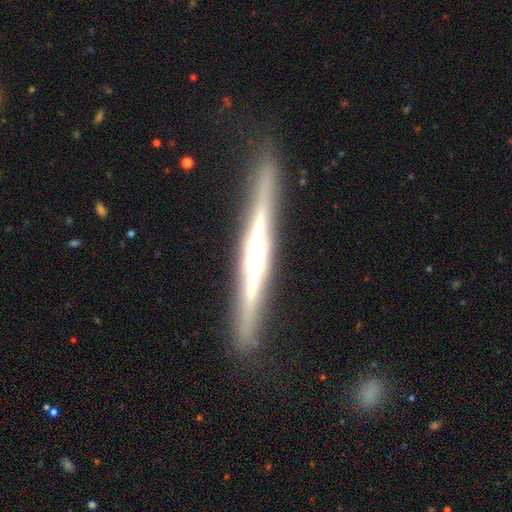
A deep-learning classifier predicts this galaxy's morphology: The model was most divided on "edge-on bulge": rounded: 71%, none: 15%, boxy: 14%. More confident: edge-on disk — yes (97%); merging — none (88%); smooth or featured — featured or disk (81%).